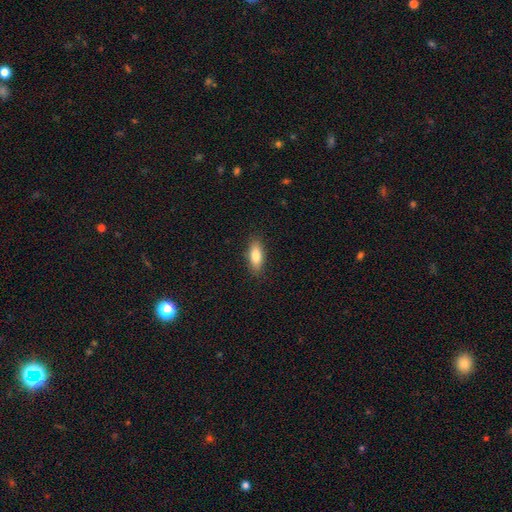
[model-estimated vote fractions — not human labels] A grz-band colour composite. It shows a smooth galaxy with no disk features (81%) that is in between round and cigar-shaped (70%). Merging: none (87%).